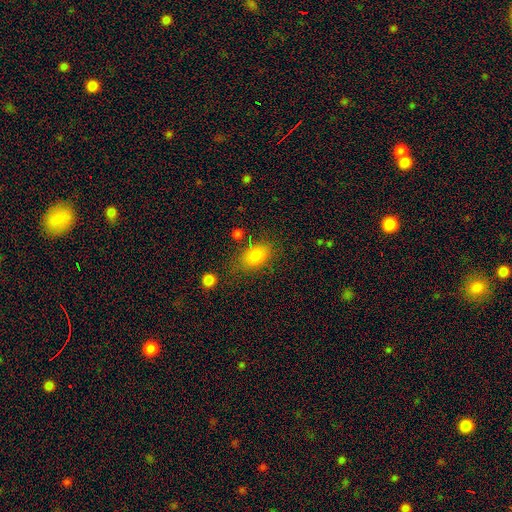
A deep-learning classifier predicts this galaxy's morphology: This appears to be a smooth galaxy with no disk features (81%) that is in between round and cigar-shaped (80%). Merging: none (72%).